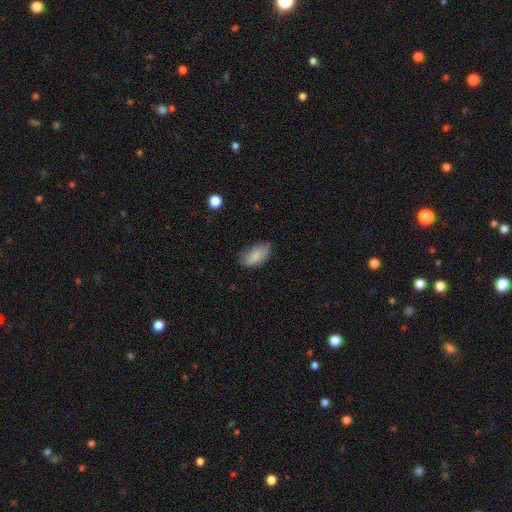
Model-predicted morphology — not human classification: smooth-or-featured: smooth: 82% | featured or disk: 11% | star or artifact: 7%
  how-rounded: in between: 93% | cigar-shaped: 4% | round: 3%
  merging: none: 67% | minor disturbance: 26% | major disturbance: 5% | merger: 1%